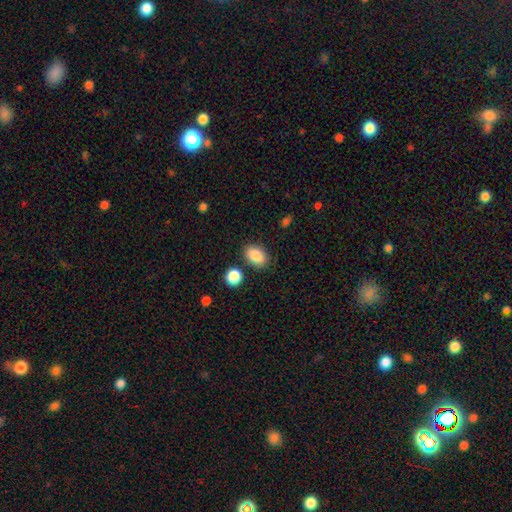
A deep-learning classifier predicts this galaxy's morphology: This is clearly a smooth galaxy (87%). How rounded: clearly in between (84%). Merging: clearly none (82%).